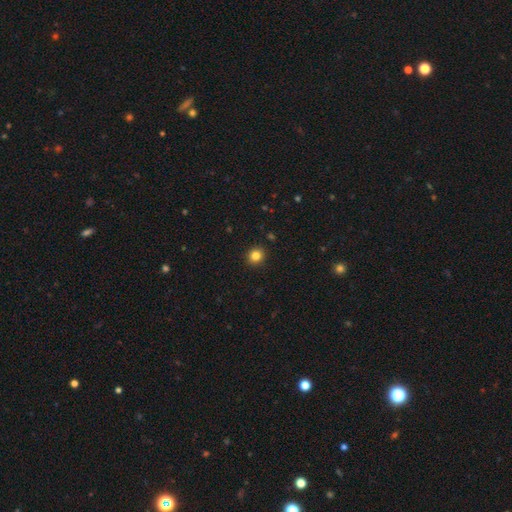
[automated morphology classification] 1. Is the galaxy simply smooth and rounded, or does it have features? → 83% smooth, 12% star or artifact, 5% featured or disk.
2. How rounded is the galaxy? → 88% round, 11% in between, 1% cigar-shaped.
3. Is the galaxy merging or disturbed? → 93% none, 5% minor disturbance, 2% major disturbance, 1% merger.